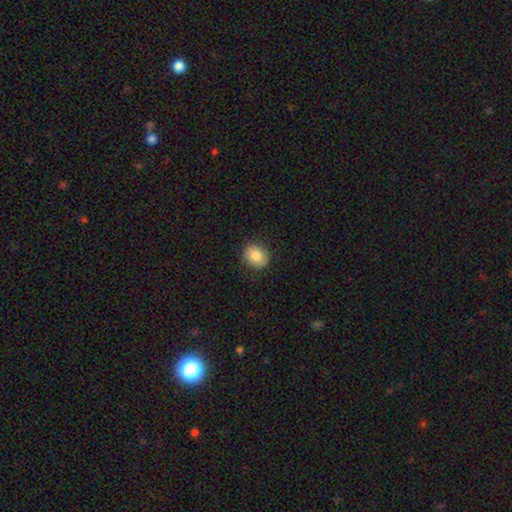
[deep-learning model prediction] Smooth or featured? Predicted: smooth (p=0.83). How rounded? Predicted: round (p=0.64). Merging? Predicted: none (p=0.87).